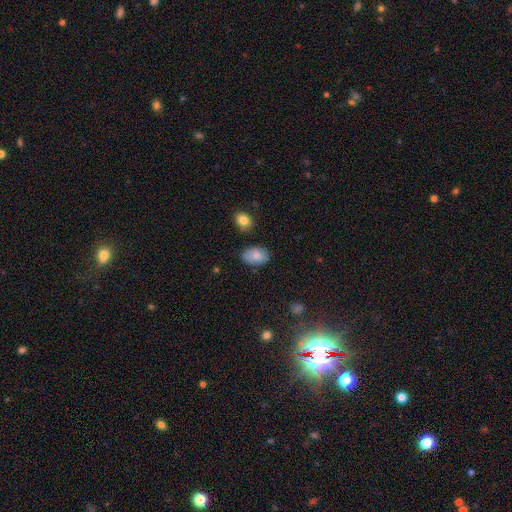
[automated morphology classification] smooth-or-featured: smooth: 82% | featured or disk: 10% | star or artifact: 8%
  how-rounded: in between: 88% | round: 10% | cigar-shaped: 1%
  merging: none: 76% | minor disturbance: 17% | major disturbance: 4% | merger: 3%